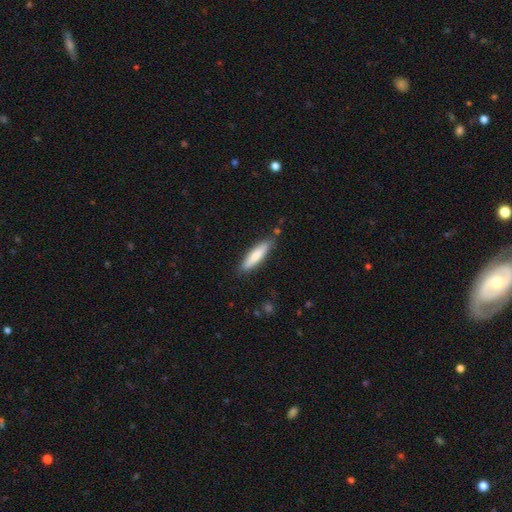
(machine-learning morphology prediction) Overall: smooth (76%). How rounded: cigar-shaped (74%). Merging: none (81%).